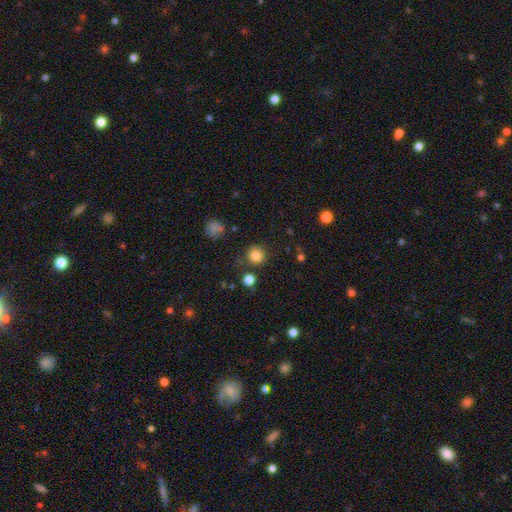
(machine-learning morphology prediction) Smooth or featured? smooth (83%)
How rounded? round (93%)
Merging? none (84%)